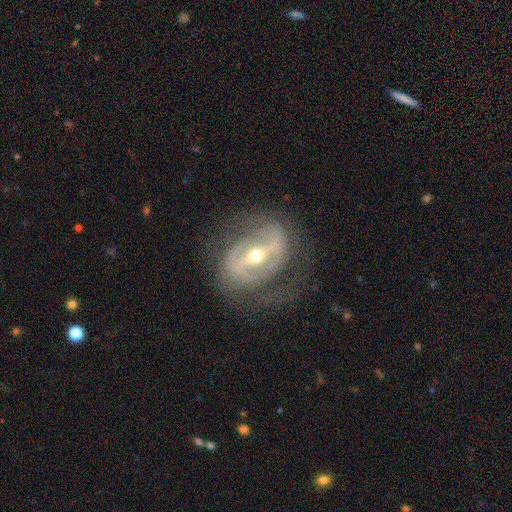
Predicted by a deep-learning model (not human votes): Morphology: type=featured or disk (85%); edge-on=no (93%); bar=strong (67%); spiral arms=yes (78%); winding=medium (41%); arm count=2 (74%); bulge=moderate (57%); merging=none (67%).